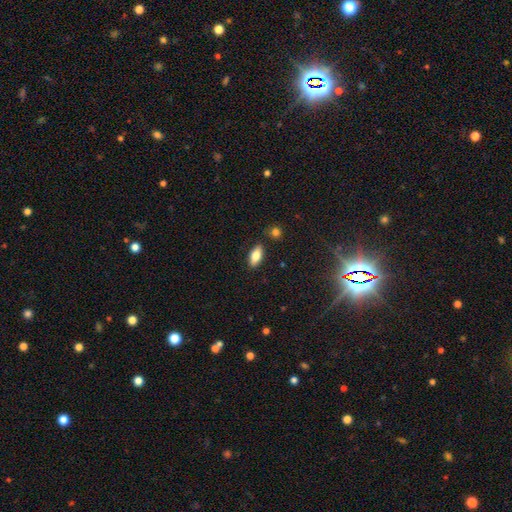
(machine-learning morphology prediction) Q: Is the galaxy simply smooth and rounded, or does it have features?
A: smooth — 75%.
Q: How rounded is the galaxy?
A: in between — 83%.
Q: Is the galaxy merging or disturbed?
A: none — 86%.